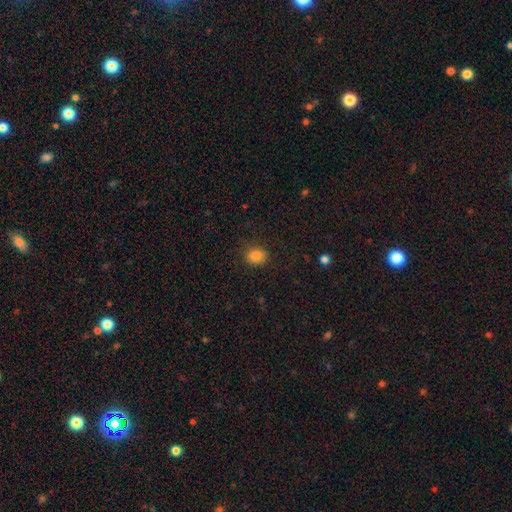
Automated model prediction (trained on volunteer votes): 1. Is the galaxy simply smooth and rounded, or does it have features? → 85% smooth, 11% star or artifact, 4% featured or disk.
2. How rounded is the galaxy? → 62% round, 37% in between, 1% cigar-shaped.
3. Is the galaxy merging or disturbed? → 83% none, 12% minor disturbance, 4% major disturbance, 1% merger.